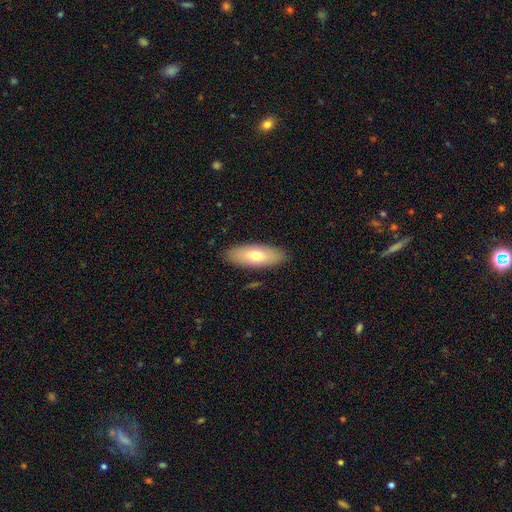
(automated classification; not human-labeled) smooth 69%, featured or disk 25%, star or artifact 6%. Down the decision tree: how rounded — in between (76%); merging — none (88%).